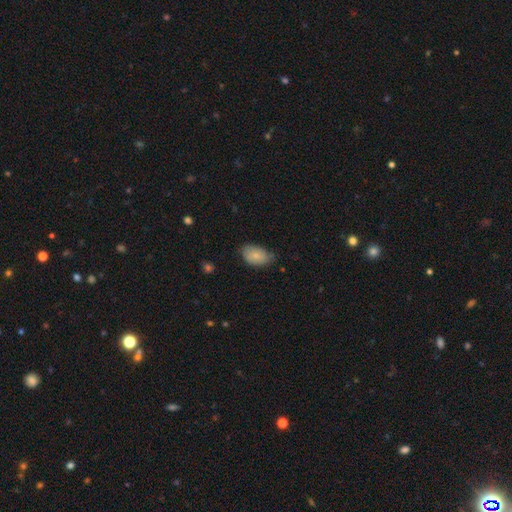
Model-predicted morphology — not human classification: Smooth or featured?
  - smooth: 80% *
  - featured or disk: 13%
  - star or artifact: 7%
How rounded?
  - in between: 90% *
  - round: 9%
  - cigar-shaped: 1%
Merging?
  - none: 61% *
  - minor disturbance: 32%
  - major disturbance: 5%
  - merger: 1%